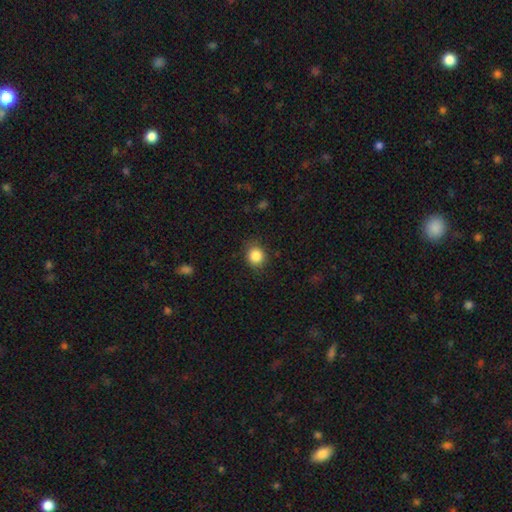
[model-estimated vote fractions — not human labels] smooth-or-featured: smooth: 86% | star or artifact: 10% | featured or disk: 4%
  how-rounded: round: 82% | in between: 17% | cigar-shaped: 1%
  merging: none: 84% | minor disturbance: 12% | major disturbance: 3% | merger: 1%